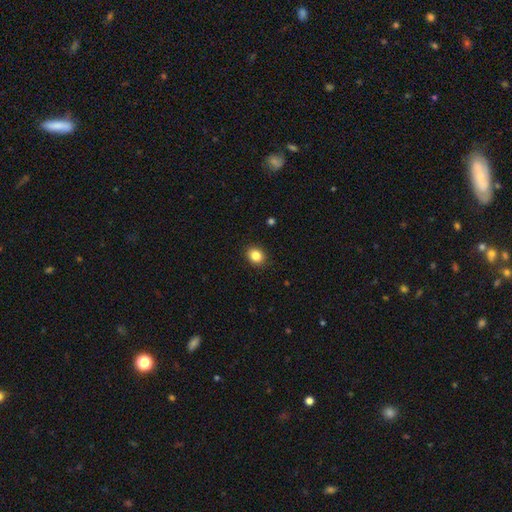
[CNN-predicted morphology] Smooth or featured: smooth — 85% (star or artifact — 10%)
How rounded: round — 56% (in between — 43%)
Merging: none — 91% (minor disturbance — 6%)